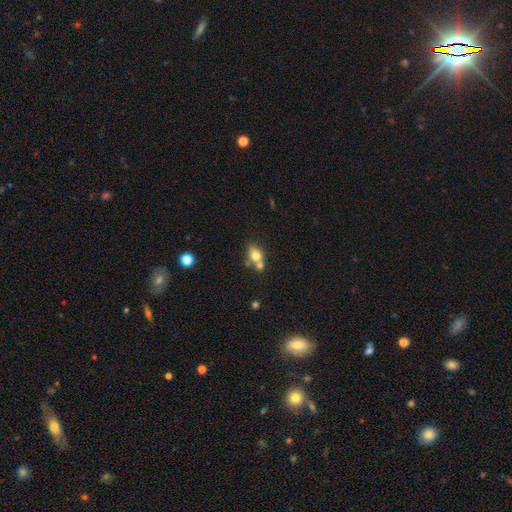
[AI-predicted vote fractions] smooth_or_featured: smooth (p=0.75) [alt: featured or disk p=0.15]
how_rounded: in between (p=0.63) [alt: round p=0.35]
merging: none (p=0.46) [alt: merger p=0.38]